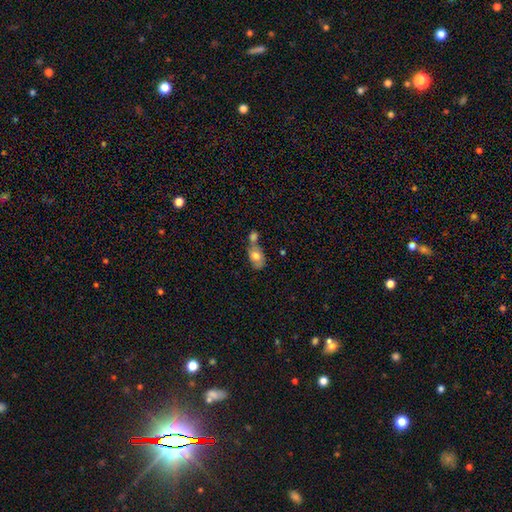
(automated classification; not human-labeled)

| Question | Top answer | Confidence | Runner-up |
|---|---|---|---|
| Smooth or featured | smooth | 73% | featured or disk (20%) |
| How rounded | in between | 84% | round (14%) |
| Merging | merger | 52% | none (31%) |